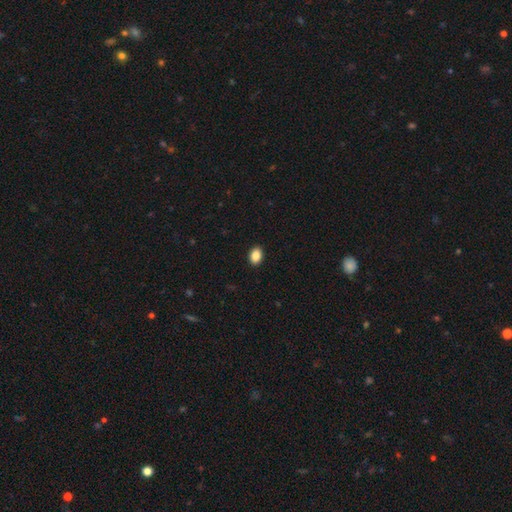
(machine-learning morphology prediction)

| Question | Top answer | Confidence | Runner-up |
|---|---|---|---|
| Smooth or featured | smooth | 87% | star or artifact (8%) |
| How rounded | in between | 76% | round (23%) |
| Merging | none | 92% | minor disturbance (6%) |